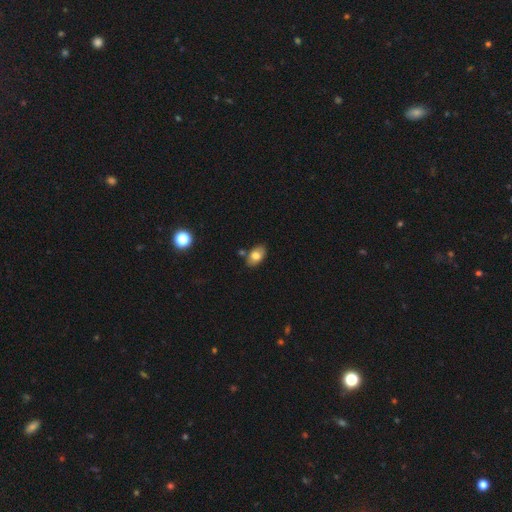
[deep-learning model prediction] This is likely a smooth galaxy (78%). How rounded: clearly in between (90%). Merging: likely none (77%).